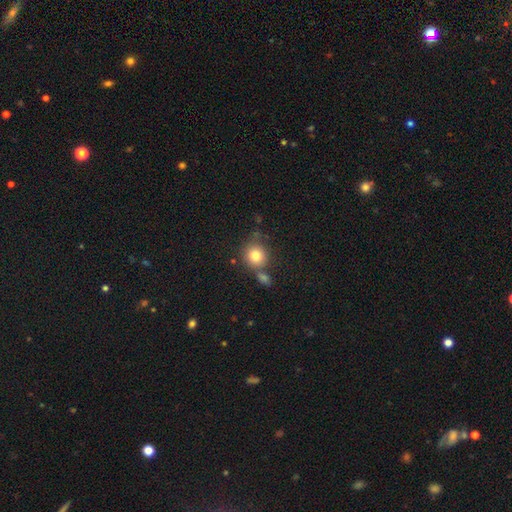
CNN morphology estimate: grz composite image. It shows a smooth galaxy with no disk features (80%) that is round (88%). Merging: none (63%).